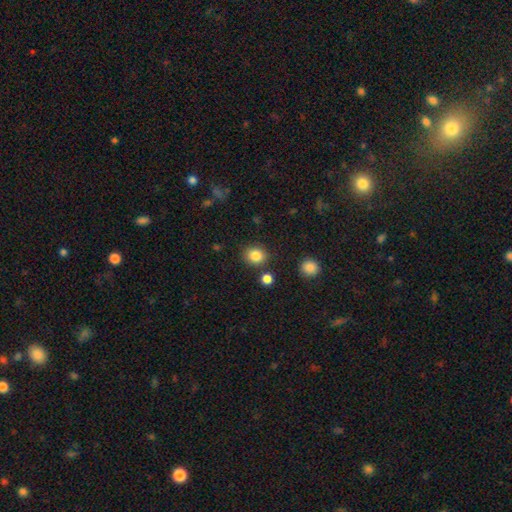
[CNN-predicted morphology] smooth-or-featured: smooth: 84% | star or artifact: 11% | featured or disk: 5%
  how-rounded: round: 75% | in between: 24% | cigar-shaped: 1%
  merging: none: 84% | minor disturbance: 9% | merger: 5% | major disturbance: 3%